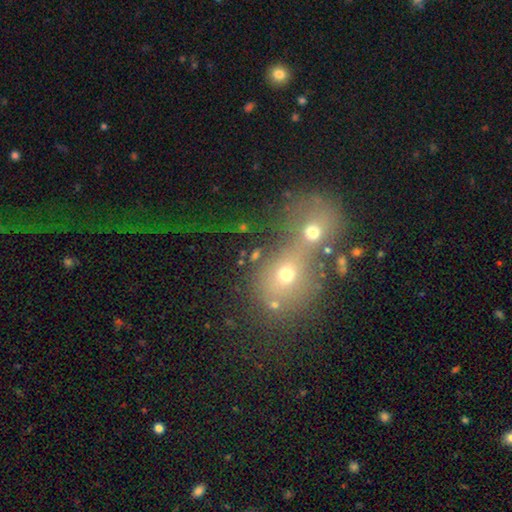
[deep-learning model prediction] Morphology: type=smooth (59%); roundness=round (66%); merging=merger (68%).